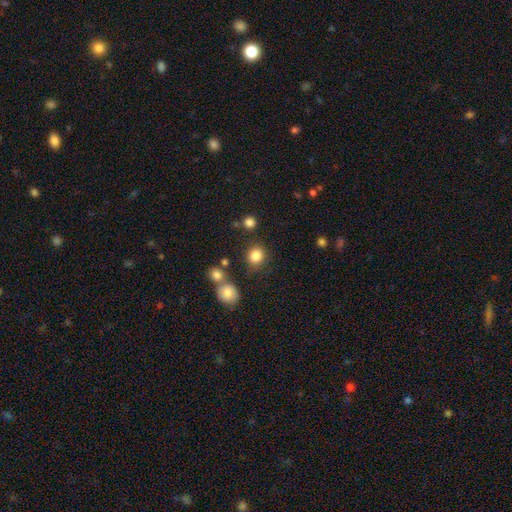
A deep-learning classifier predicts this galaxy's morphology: Smooth or featured? smooth (84%)
How rounded? round (84%)
Merging? none (81%)